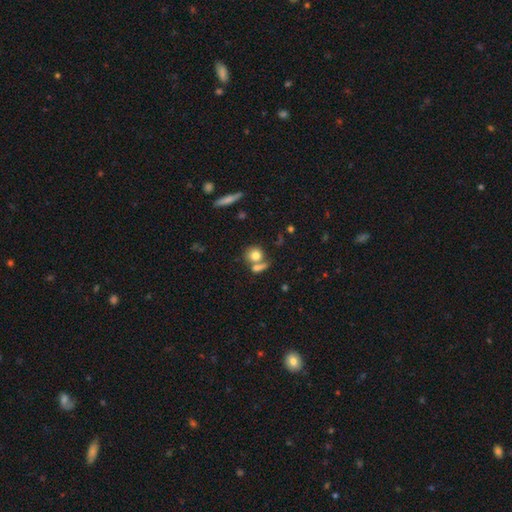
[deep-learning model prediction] Morphology: type=smooth (77%); roundness=round (74%); merging=none (50%).